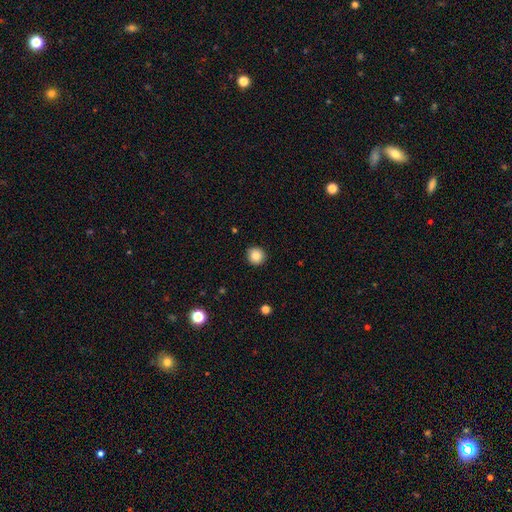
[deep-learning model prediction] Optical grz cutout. It shows a smooth galaxy with no disk features (84%) that is round (94%). Merging: none (91%).